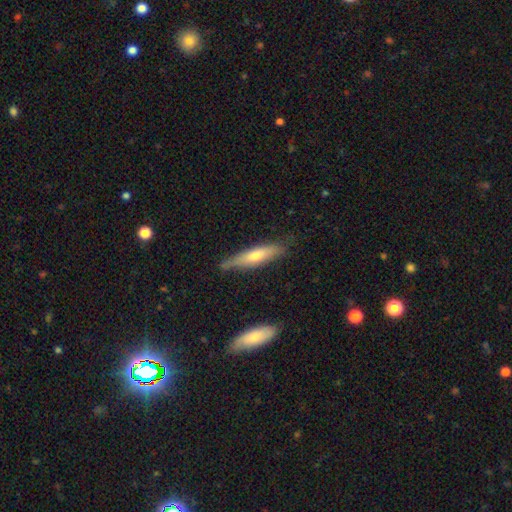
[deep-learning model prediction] Smooth or featured?
  - smooth: 54% *
  - featured or disk: 40%
  - star or artifact: 6%
How rounded?
  - cigar-shaped: 79% *
  - in between: 20%
  - round: 2%
Merging?
  - none: 72% *
  - minor disturbance: 21%
  - major disturbance: 4%
  - merger: 3%